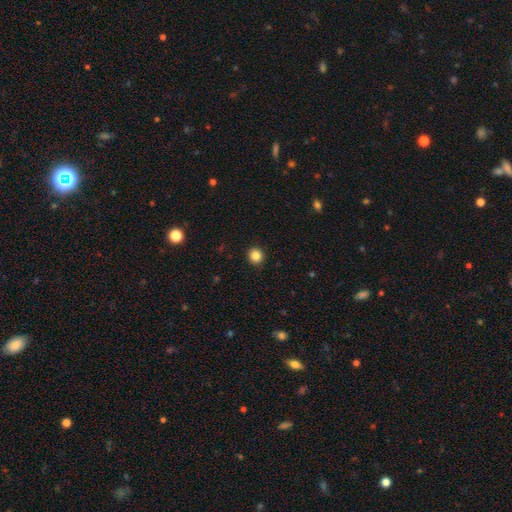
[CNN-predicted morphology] A smooth galaxy with no disk features (85%) that is round (93%). Merging: none (93%).